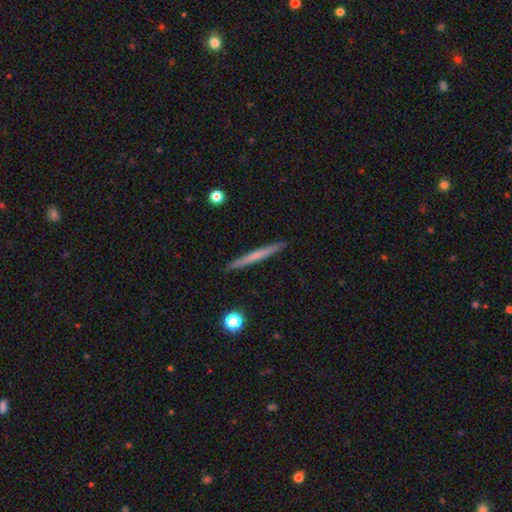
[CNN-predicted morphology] Smooth or featured? smooth (55%)
How rounded? cigar-shaped (97%)
Merging? none (92%)